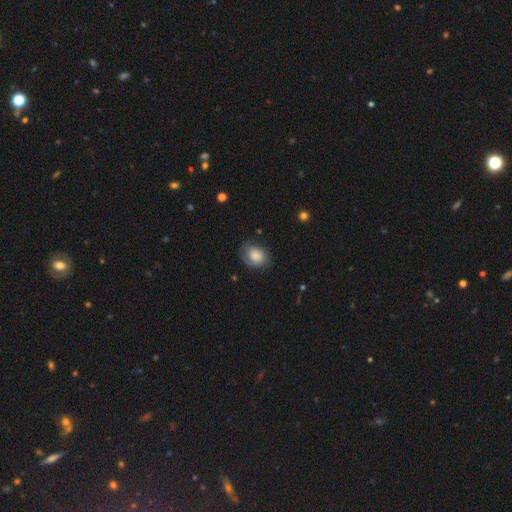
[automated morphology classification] smooth_or_featured: smooth (p=0.75) [alt: featured or disk p=0.17]
how_rounded: in between (p=0.52) [alt: round p=0.47]
merging: none (p=0.66) [alt: minor disturbance p=0.24]